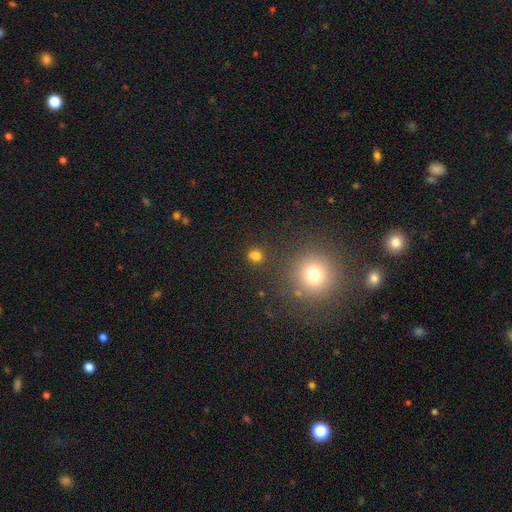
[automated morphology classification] Overall: smooth (77%). How rounded: round (78%). Merging: none (82%).